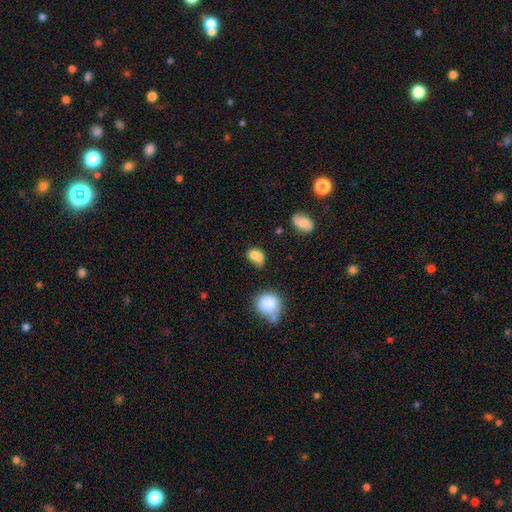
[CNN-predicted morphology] This is likely a smooth galaxy (76%). How rounded: possibly in between (59%). Merging: marginally none (33%).